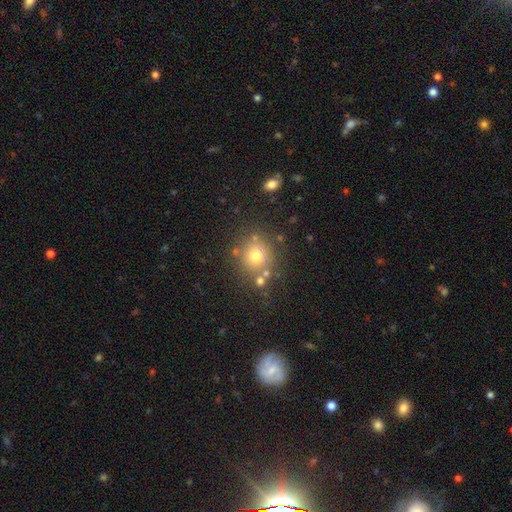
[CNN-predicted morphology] This is likely a smooth galaxy (71%). How rounded: clearly round (88%). Merging: likely none (73%).